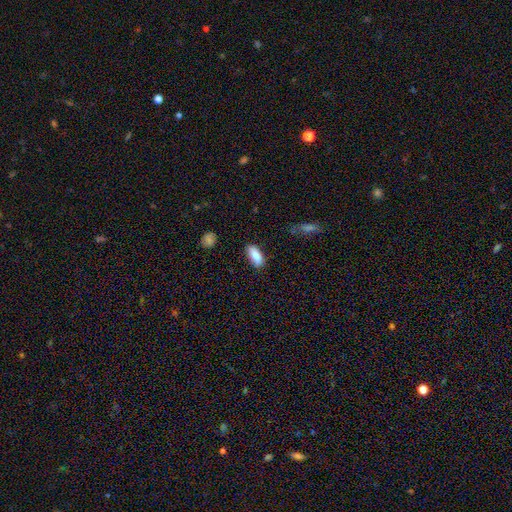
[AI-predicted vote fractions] Morphology: type=smooth (85%); roundness=in between (83%); merging=none (79%).